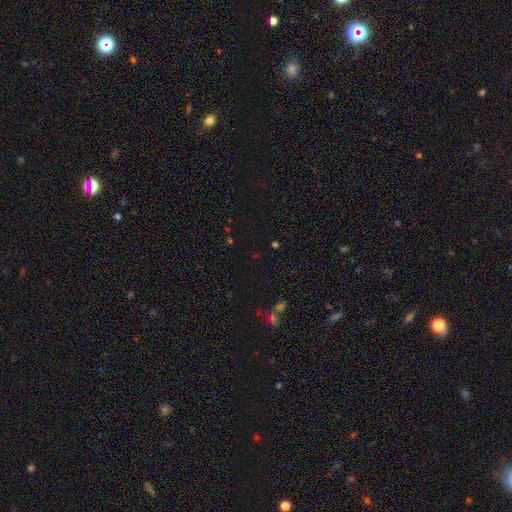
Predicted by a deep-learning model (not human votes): Smooth or featured? Predicted: star or artifact (p=0.60).